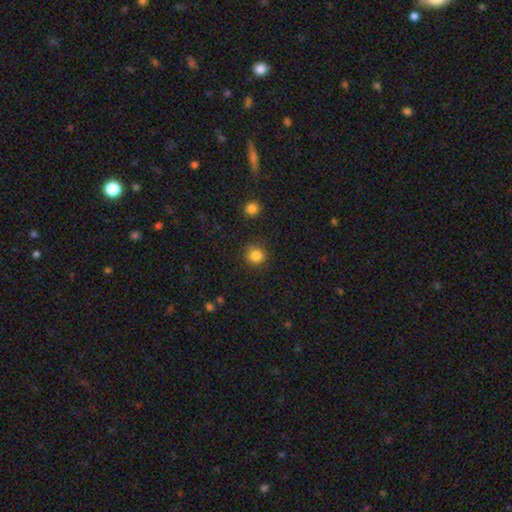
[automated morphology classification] smooth-or-featured: smooth: 84% | star or artifact: 12% | featured or disk: 4%
  how-rounded: round: 89% | in between: 10% | cigar-shaped: 1%
  merging: none: 84% | minor disturbance: 11% | major disturbance: 3% | merger: 2%